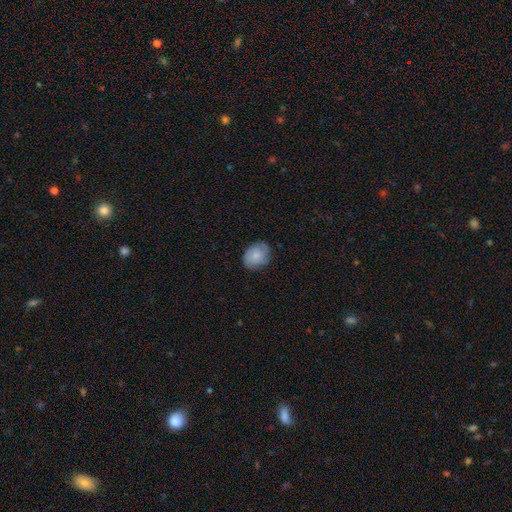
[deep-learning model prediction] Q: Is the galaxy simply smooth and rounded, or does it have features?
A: smooth — 68%.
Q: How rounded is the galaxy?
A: in between — 54%.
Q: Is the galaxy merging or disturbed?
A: none — 74%.